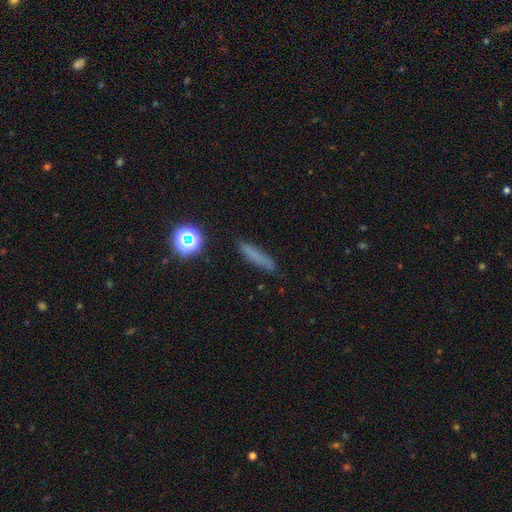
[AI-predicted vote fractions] This appears to be a smooth galaxy with no disk features (68%) that is cigar-shaped (86%). Merging: none (81%).